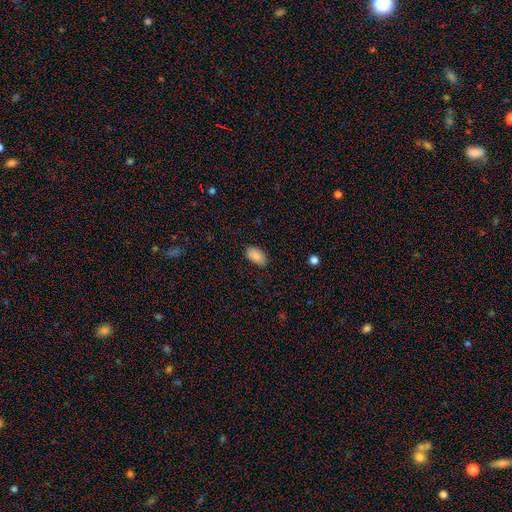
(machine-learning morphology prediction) Smooth or featured?
  - smooth: 86% *
  - star or artifact: 8%
  - featured or disk: 6%
How rounded?
  - in between: 93% *
  - round: 5%
  - cigar-shaped: 2%
Merging?
  - none: 77% *
  - minor disturbance: 18%
  - major disturbance: 3%
  - merger: 1%